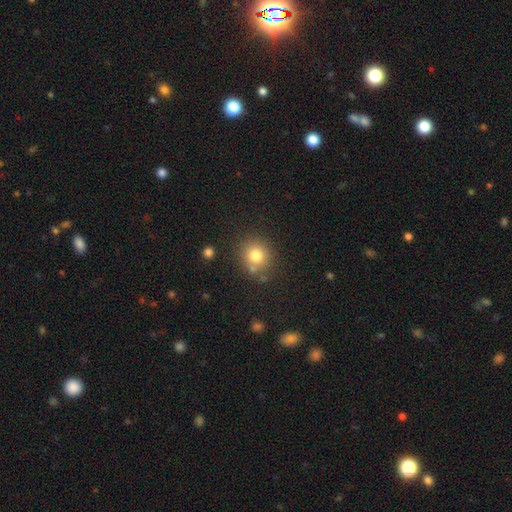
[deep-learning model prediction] Smooth or featured?
  - smooth: 78% *
  - star or artifact: 12%
  - featured or disk: 9%
How rounded?
  - round: 87% *
  - in between: 12%
  - cigar-shaped: 1%
Merging?
  - none: 76% *
  - minor disturbance: 12%
  - merger: 9%
  - major disturbance: 4%